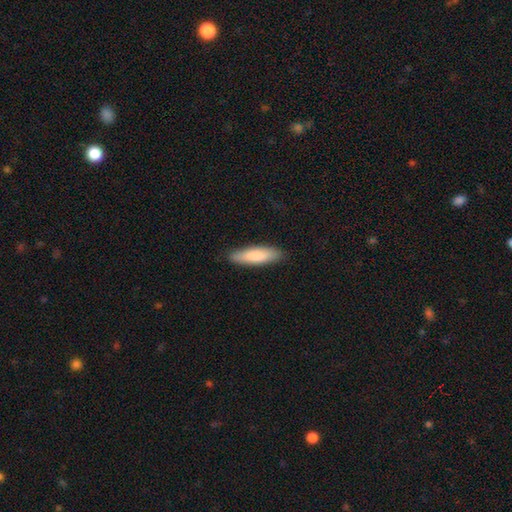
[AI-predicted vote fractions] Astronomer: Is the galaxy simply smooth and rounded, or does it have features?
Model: smooth — 84%.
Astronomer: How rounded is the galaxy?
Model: cigar-shaped — 64%.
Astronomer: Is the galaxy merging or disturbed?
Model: none — 87%.